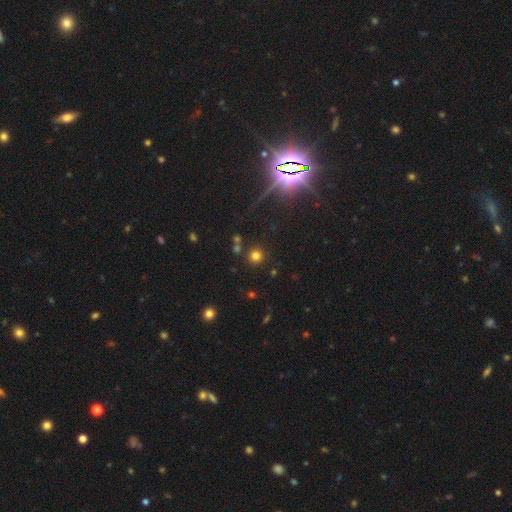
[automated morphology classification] Smooth or featured? Predicted: smooth (p=0.72). How rounded? Predicted: round (p=0.94). Merging? Predicted: none (p=0.84).